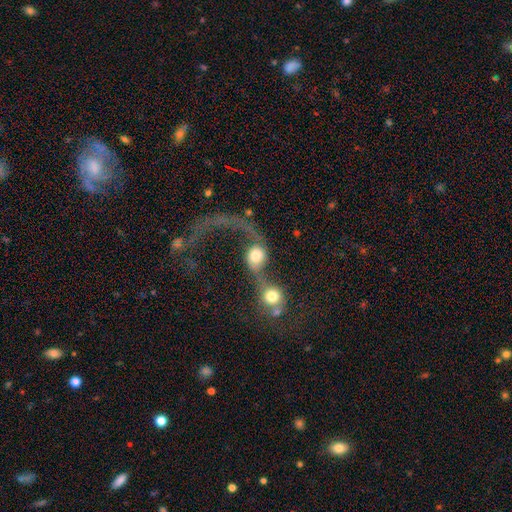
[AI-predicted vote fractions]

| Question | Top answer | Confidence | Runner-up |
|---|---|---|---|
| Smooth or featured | smooth | 51% | featured or disk (39%) |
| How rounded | round | 73% | in between (25%) |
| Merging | merger | 73% | major disturbance (15%) |